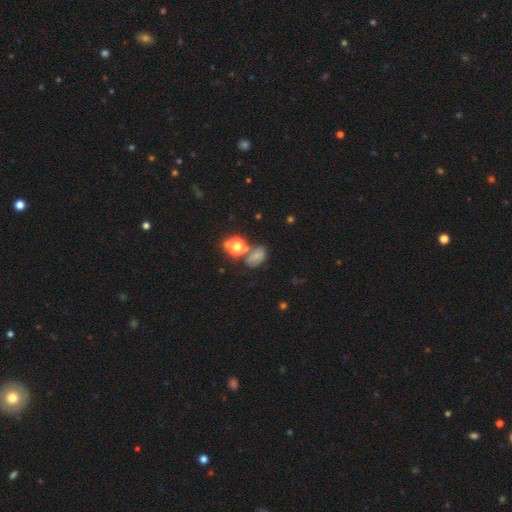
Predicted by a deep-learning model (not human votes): smooth-or-featured: smooth: 48% | star or artifact: 27% | featured or disk: 25%
  merging: none: 53% | minor disturbance: 20% | merger: 17% | major disturbance: 11%